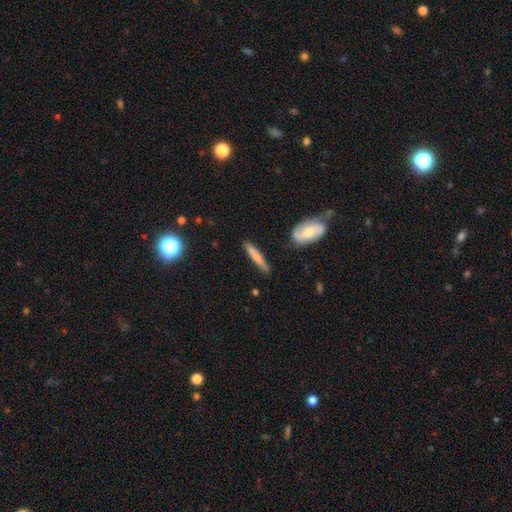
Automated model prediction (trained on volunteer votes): smooth 67%, featured or disk 28%, star or artifact 5%. Down the decision tree: how rounded — cigar-shaped (93%); merging — none (82%).